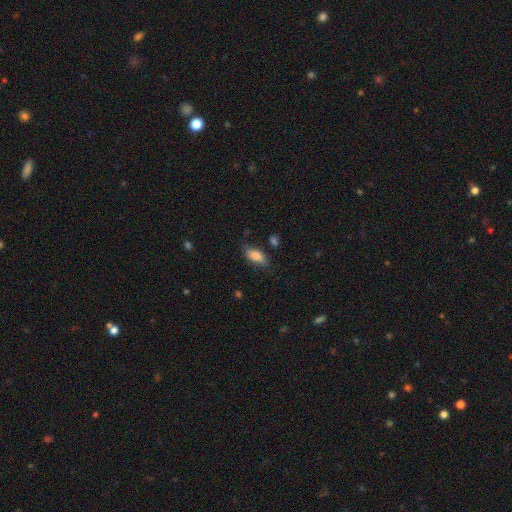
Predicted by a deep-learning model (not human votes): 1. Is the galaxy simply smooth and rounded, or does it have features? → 78% smooth, 14% featured or disk, 8% star or artifact.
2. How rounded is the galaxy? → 85% in between, 11% cigar-shaped, 4% round.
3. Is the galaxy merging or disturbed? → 66% none, 25% minor disturbance, 7% major disturbance, 3% merger.